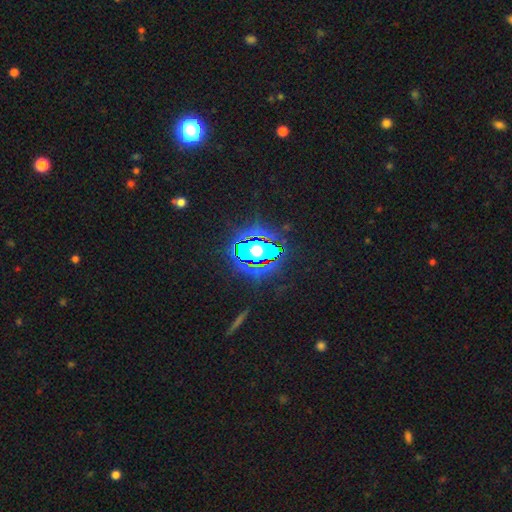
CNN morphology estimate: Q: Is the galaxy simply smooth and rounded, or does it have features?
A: star or artifact — 80%.